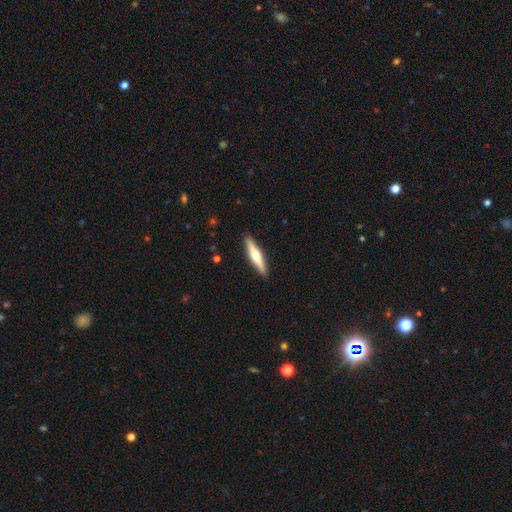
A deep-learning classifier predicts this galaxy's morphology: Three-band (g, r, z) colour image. It shows a featured or disk galaxy (52%) viewed edge-on (96%). Merging: none (91%).